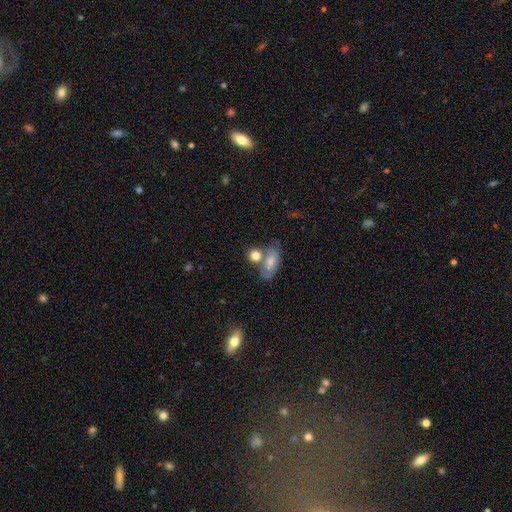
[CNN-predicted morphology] Q: Smooth or featured?
A: smooth (78%); runner-up: featured or disk (13%)
Q: How rounded?
A: round (52%); runner-up: in between (44%)
Q: Merging?
A: none (45%); runner-up: merger (36%)